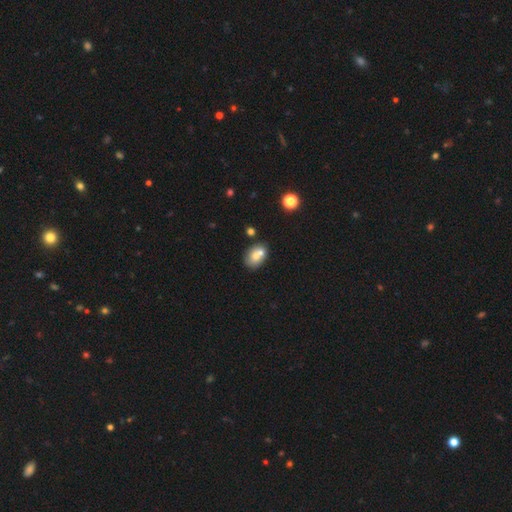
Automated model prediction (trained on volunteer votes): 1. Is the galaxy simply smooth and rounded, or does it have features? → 70% smooth, 21% featured or disk, 10% star or artifact.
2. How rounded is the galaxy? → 76% in between, 23% round, 1% cigar-shaped.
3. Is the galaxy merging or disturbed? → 47% none, 35% merger, 13% minor disturbance, 4% major disturbance.